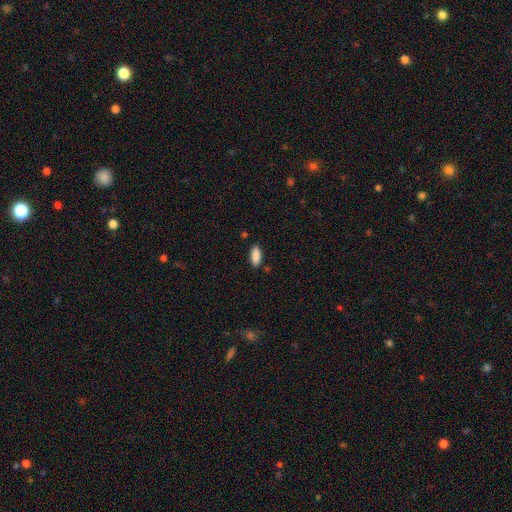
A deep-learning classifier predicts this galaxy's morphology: The model was most divided on "how rounded": in between: 82%, cigar-shaped: 16%, round: 2%. More confident: smooth or featured — smooth (89%); merging — none (86%).